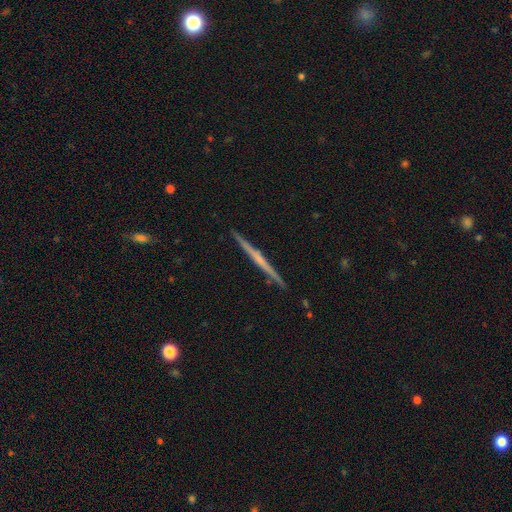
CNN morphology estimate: A featured or disk galaxy (67%) viewed edge-on (98%) with no central bulge (64%).

Vote fractions:
- Smooth or featured? featured or disk: 67% / smooth: 26% / star or artifact: 7%
- Edge-on disk? yes: 98% / no: 2%
- Edge-on bulge? none: 64% / rounded: 29% / boxy: 7%
- Merging? none: 91% / minor disturbance: 6% / major disturbance: 1% / merger: 1%